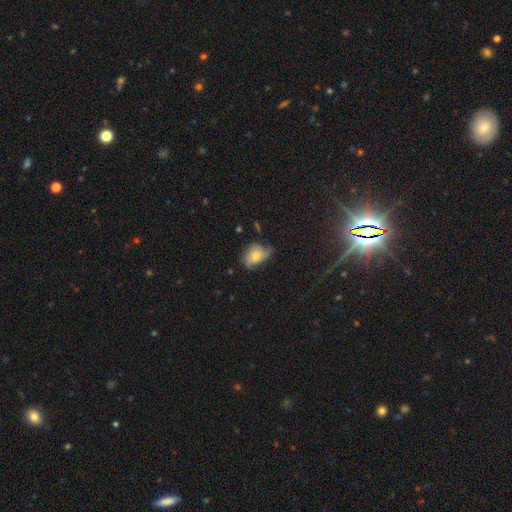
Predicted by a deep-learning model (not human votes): Smooth or featured? featured or disk (51%)
Edge-on disk? no (96%)
Merging? none (50%)